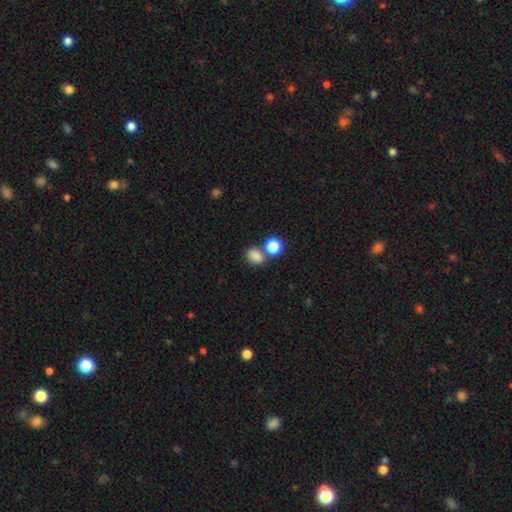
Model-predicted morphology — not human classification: smooth-or-featured: smooth: 81% | star or artifact: 13% | featured or disk: 6%
  how-rounded: in between: 65% | round: 33% | cigar-shaped: 1%
  merging: none: 57% | merger: 26% | minor disturbance: 13% | major disturbance: 5%